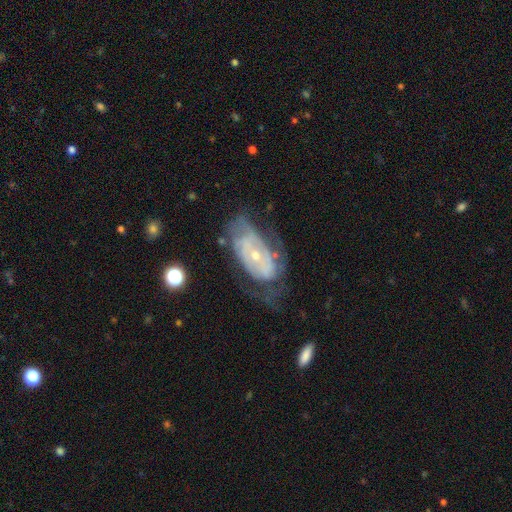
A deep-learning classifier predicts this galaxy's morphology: featured or disk 73%, smooth 20%, star or artifact 7%. Down the decision tree: edge-on disk — no (92%); bar — no (74%); spiral arms — yes (65%); bulge size — small (68%); merging — none (45%).